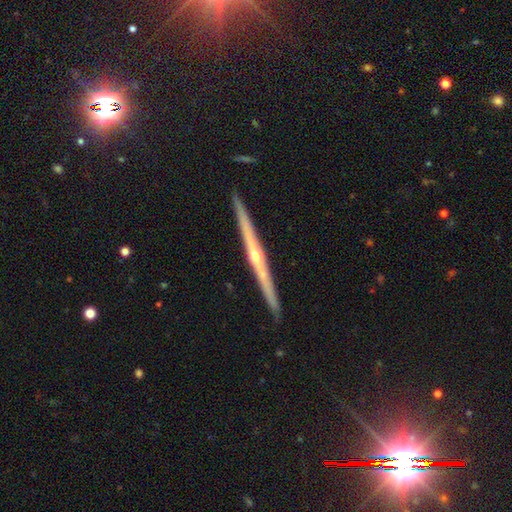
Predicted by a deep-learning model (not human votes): Smooth or featured? featured or disk (83%)
Edge-on disk? yes (98%)
Edge-on bulge? rounded (77%)
Merging? none (92%)